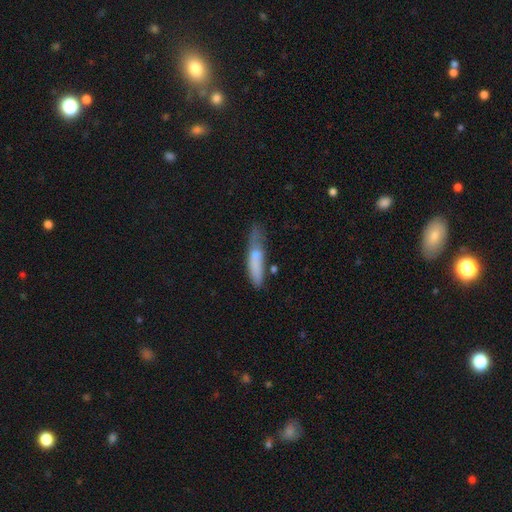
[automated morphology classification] This appears to be a smooth galaxy with no disk features (64%) that is cigar-shaped (84%). Merging: none (57%).